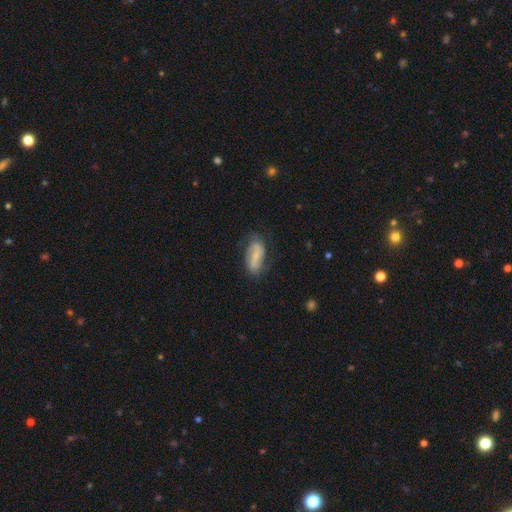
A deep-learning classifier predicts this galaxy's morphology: Overall: featured or disk (55%; smooth 38%). Edge-on disk: no (93%). Bar: weak (39%; strong 35%). Spiral arms: yes (82%). Bulge size: small (54%; moderate 23%). Merging: none (66%).